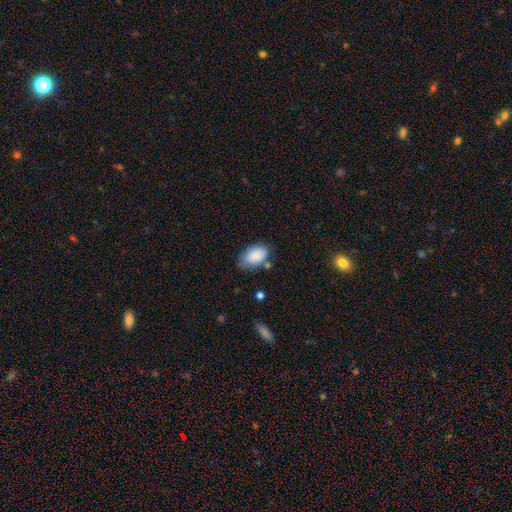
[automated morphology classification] Q: Smooth or featured?
A: smooth (85%); runner-up: featured or disk (8%)
Q: How rounded?
A: in between (92%); runner-up: round (7%)
Q: Merging?
A: none (65%); runner-up: minor disturbance (25%)